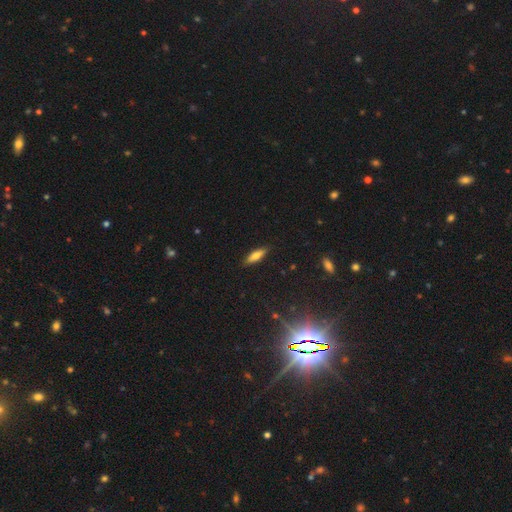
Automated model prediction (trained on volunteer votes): Smooth or featured? smooth (70%)
How rounded? cigar-shaped (55%)
Merging? none (88%)